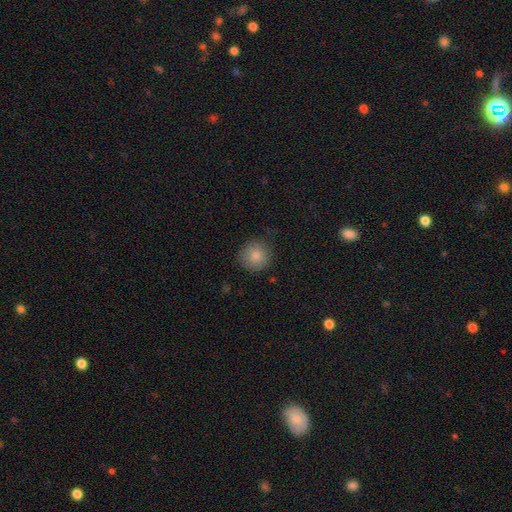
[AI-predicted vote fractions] The model was most divided on "merging": none: 82%, minor disturbance: 13%, major disturbance: 3%, merger: 1%. More confident: how rounded — round (93%); smooth or featured — smooth (85%).